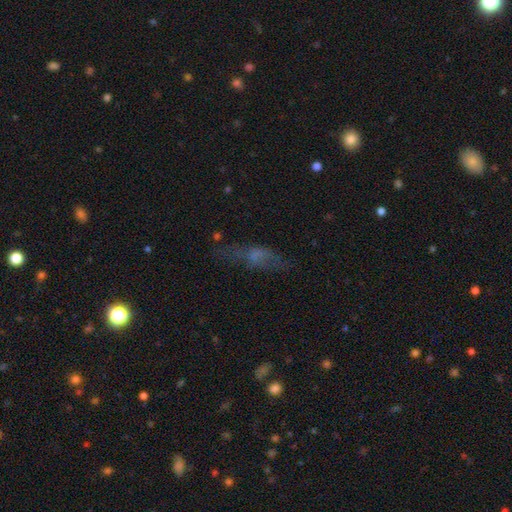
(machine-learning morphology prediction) smooth-or-featured: featured or disk: 40% | smooth: 39% | star or artifact: 21%
  merging: none: 62% | minor disturbance: 20% | major disturbance: 14% | merger: 3%